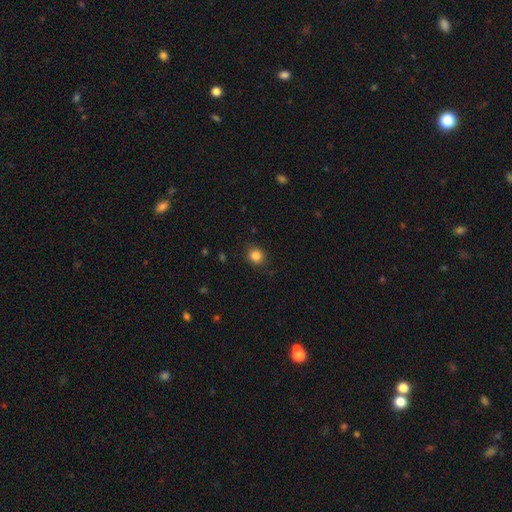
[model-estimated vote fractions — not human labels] Smooth or featured?
  - smooth: 85% *
  - star or artifact: 11%
  - featured or disk: 4%
How rounded?
  - round: 82% *
  - in between: 17%
  - cigar-shaped: 1%
Merging?
  - none: 86% *
  - minor disturbance: 10%
  - major disturbance: 3%
  - merger: 1%